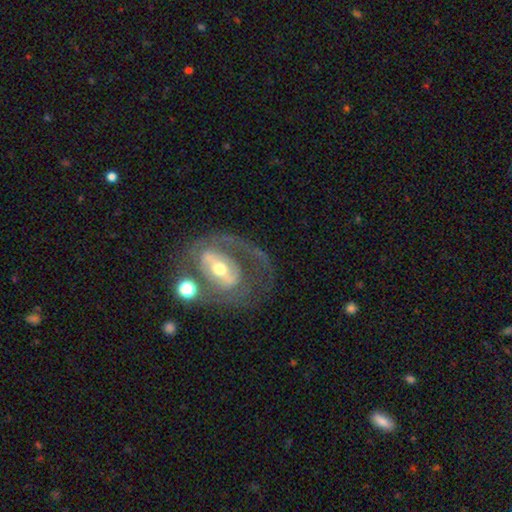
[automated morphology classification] A featured or disk galaxy (77%) with no bar (40%), spiral arms (62%) and a moderate central bulge (53%).

Vote fractions:
- Smooth or featured? featured or disk: 77% / smooth: 15% / star or artifact: 8%
- Edge-on disk? no: 95% / yes: 5%
- Bar? no: 40% / weak: 33% / strong: 27%
- Spiral arms? yes: 62% / no: 38%
- Bulge size? moderate: 53% / small: 39% / large: 5% / none: 2% / dominant: 1%
- Merging? none: 46% / major disturbance: 23% / minor disturbance: 17% / merger: 15%